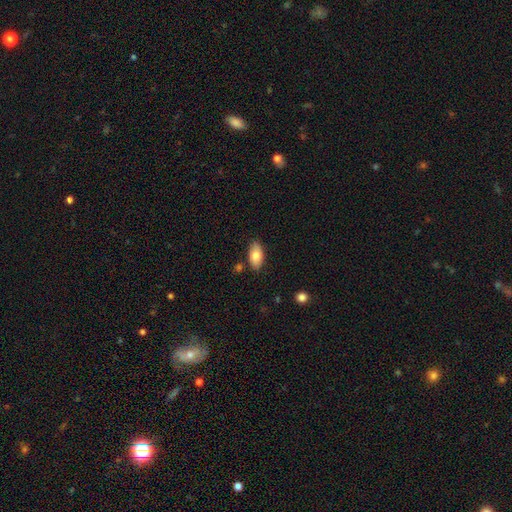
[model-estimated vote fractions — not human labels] Smooth or featured: smooth — 79% (featured or disk — 14%)
How rounded: in between — 93% (cigar-shaped — 3%)
Merging: none — 82% (minor disturbance — 13%)